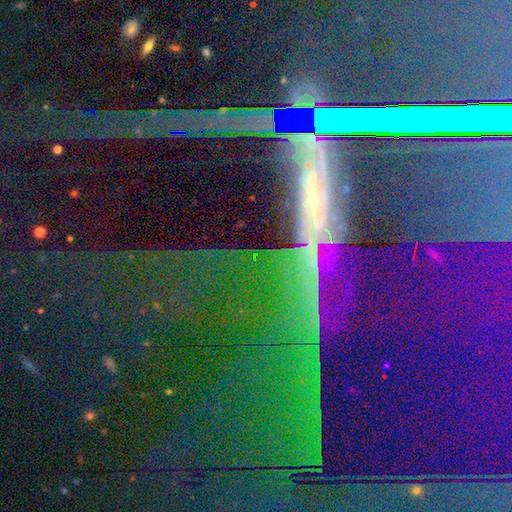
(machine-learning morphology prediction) smooth_or_featured: star or artifact (p=0.56) [alt: featured or disk p=0.29]